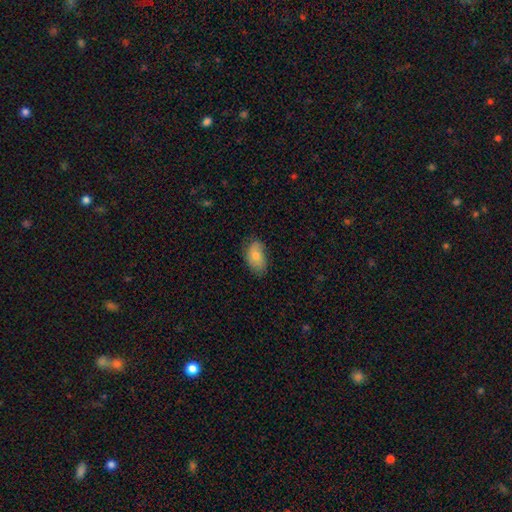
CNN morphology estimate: Smooth or featured? smooth (75%)
How rounded? in between (91%)
Merging? none (71%)